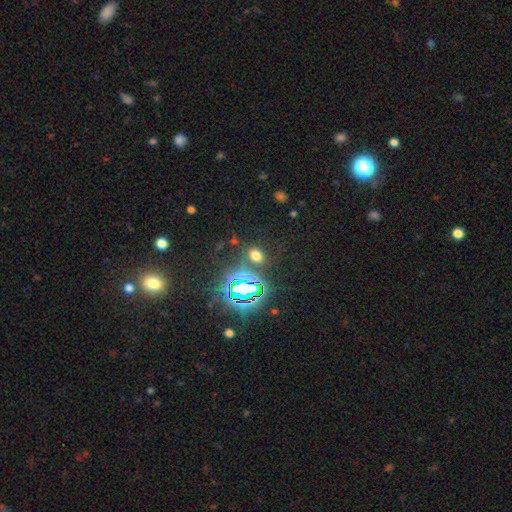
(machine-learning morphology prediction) Smooth or featured? Predicted: smooth (p=0.55). How rounded? Predicted: in between (p=0.61). Merging? Predicted: none (p=0.81).